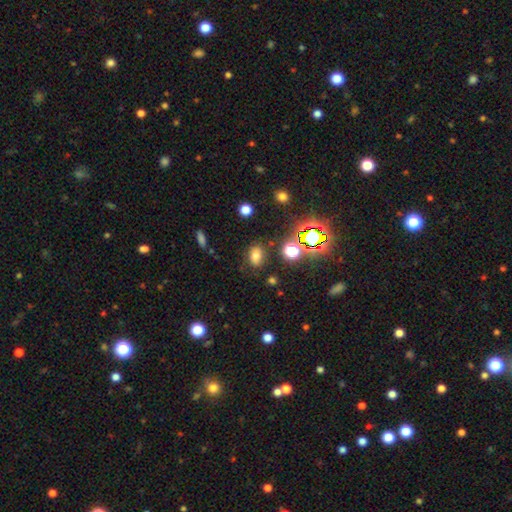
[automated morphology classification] Smooth or featured?
  - smooth: 68% *
  - star or artifact: 22%
  - featured or disk: 10%
How rounded?
  - in between: 74% *
  - round: 25%
  - cigar-shaped: 2%
Merging?
  - none: 78% *
  - minor disturbance: 13%
  - major disturbance: 5%
  - merger: 4%